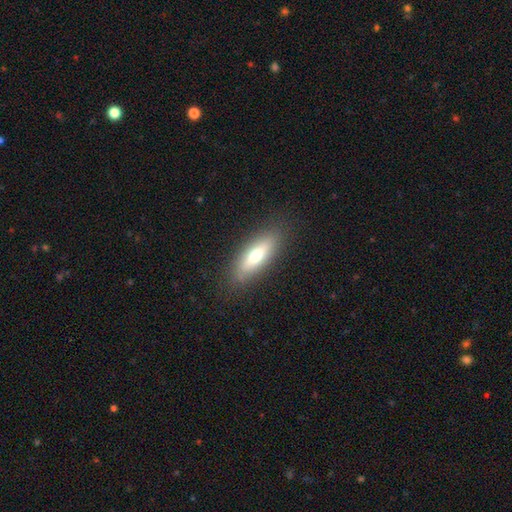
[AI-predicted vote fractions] Morphology: type=smooth (65%); roundness=in between (52%); merging=none (86%).